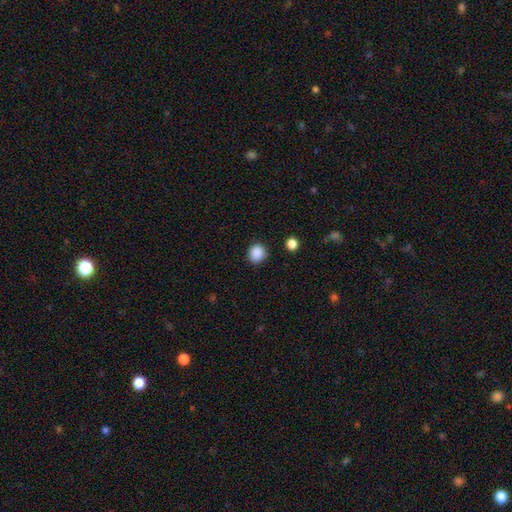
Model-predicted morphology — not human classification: A smooth galaxy with no disk features (88%) that is round (80%).

Vote fractions:
- Smooth or featured? smooth: 88% / star or artifact: 9% / featured or disk: 3%
- How rounded? round: 80% / in between: 19% / cigar-shaped: 1%
- Merging? none: 87% / minor disturbance: 9% / major disturbance: 2% / merger: 2%